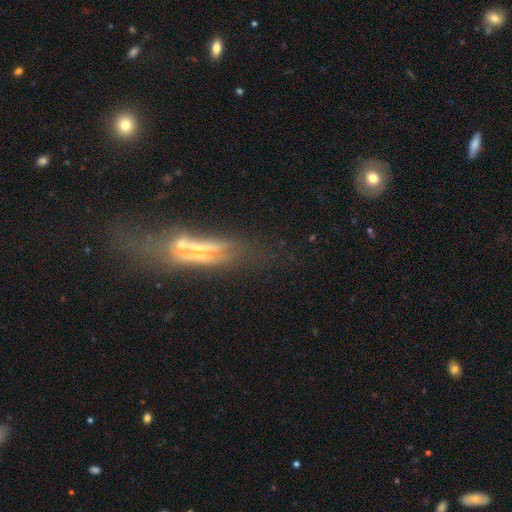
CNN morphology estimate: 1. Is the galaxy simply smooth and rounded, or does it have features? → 58% featured or disk, 26% smooth, 16% star or artifact.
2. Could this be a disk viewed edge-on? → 59% yes, 41% no.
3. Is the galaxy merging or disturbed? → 46% none, 19% minor disturbance, 18% major disturbance, 17% merger.